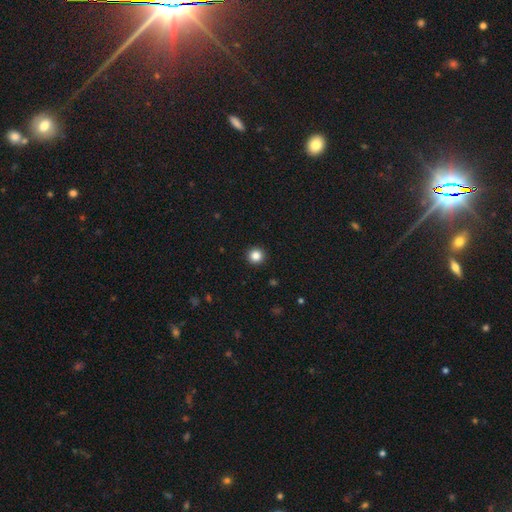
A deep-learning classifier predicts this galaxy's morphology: Smooth or featured? smooth (85%)
How rounded? round (96%)
Merging? none (94%)